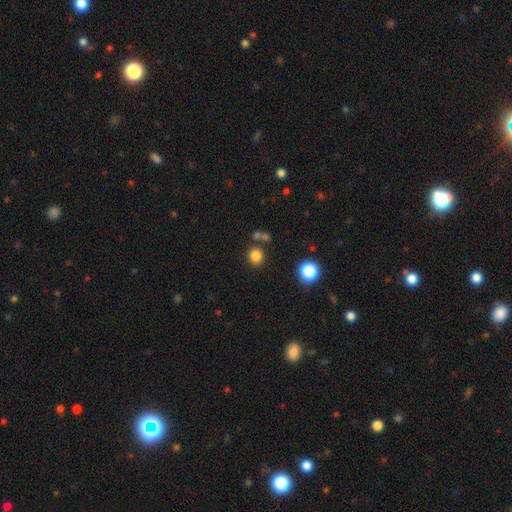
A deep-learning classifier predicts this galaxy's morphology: A smooth galaxy with no disk features (81%) that is round (88%). Merging: none (78%).